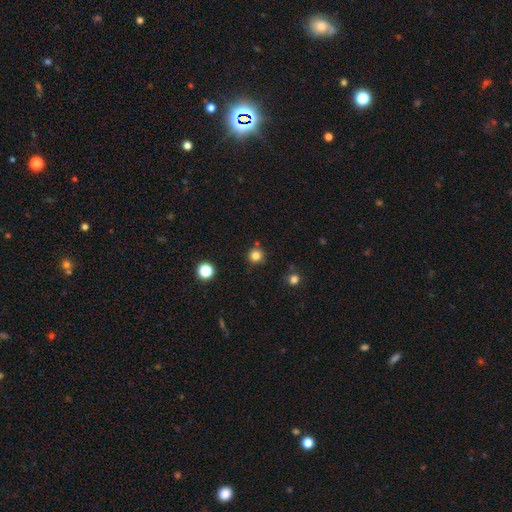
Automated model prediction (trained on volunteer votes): A smooth galaxy with no disk features (81%) that is round (94%). Merging: none (84%).